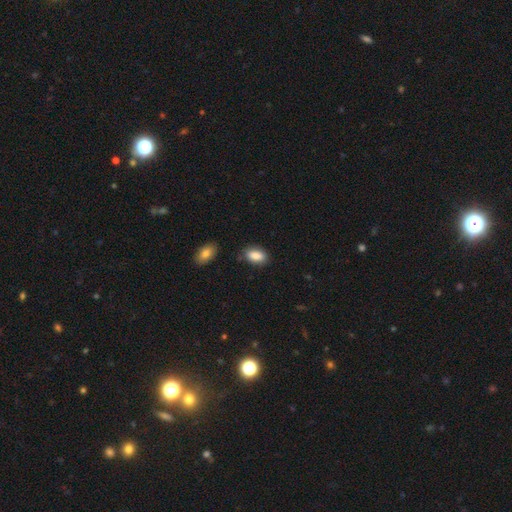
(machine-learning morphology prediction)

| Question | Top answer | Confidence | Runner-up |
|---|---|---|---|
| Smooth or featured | smooth | 88% | star or artifact (7%) |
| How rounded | in between | 91% | round (6%) |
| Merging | none | 80% | minor disturbance (14%) |